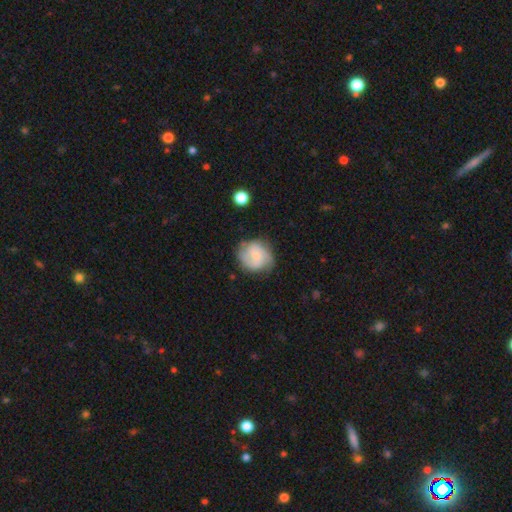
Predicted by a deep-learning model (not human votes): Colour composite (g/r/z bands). It shows a featured or disk galaxy (58%) with no bar (60%), 2 (53%) medium (46%) spiral arms (90%) and a small central bulge (60%). Merging: none (69%).